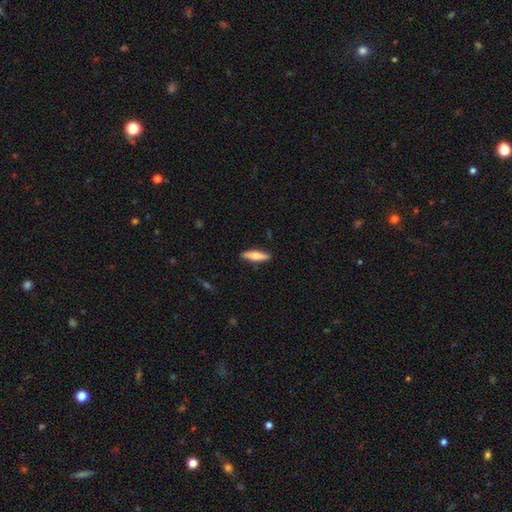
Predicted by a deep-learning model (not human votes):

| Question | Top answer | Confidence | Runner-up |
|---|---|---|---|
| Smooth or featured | smooth | 68% | featured or disk (26%) |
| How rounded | cigar-shaped | 73% | in between (25%) |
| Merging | none | 88% | minor disturbance (9%) |